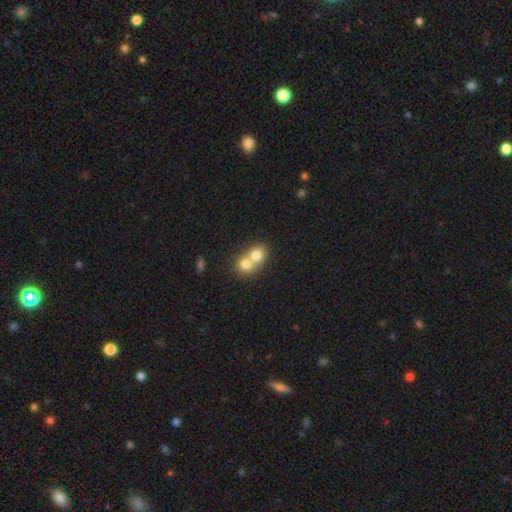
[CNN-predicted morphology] Smooth or featured? Predicted: smooth (p=0.74). How rounded? Predicted: round (p=0.71). Merging? Predicted: merger (p=0.72).